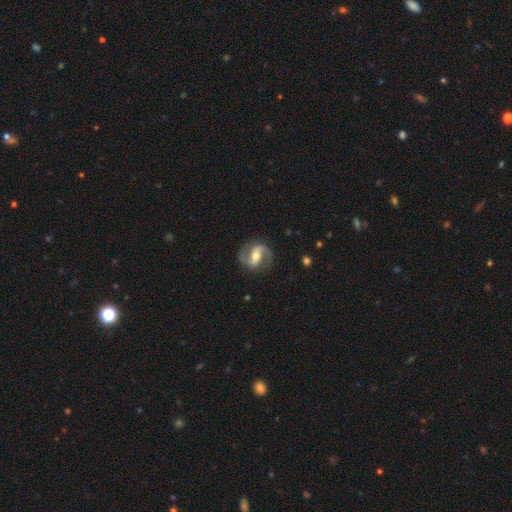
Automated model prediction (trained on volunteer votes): Smooth or featured?
  - featured or disk: 86% *
  - smooth: 9%
  - star or artifact: 5%
Edge-on disk?
  - no: 97% *
  - yes: 3%
Bar?
  - strong: 44% *
  - weak: 37%
  - no: 20%
Spiral arms?
  - yes: 94% *
  - no: 6%
Spiral winding?
  - medium: 50% *
  - loose: 33%
  - tight: 18%
Spiral arm count?
  - 2: 92% *
  - can't tell: 3%
  - 1: 2%
  - 3: 1%
  - 4: 1%
  - more than 4: 1%
Bulge size?
  - moderate: 67% *
  - small: 25%
  - large: 5%
  - none: 1%
  - dominant: 1%
Merging?
  - none: 82% *
  - minor disturbance: 12%
  - major disturbance: 5%
  - merger: 1%